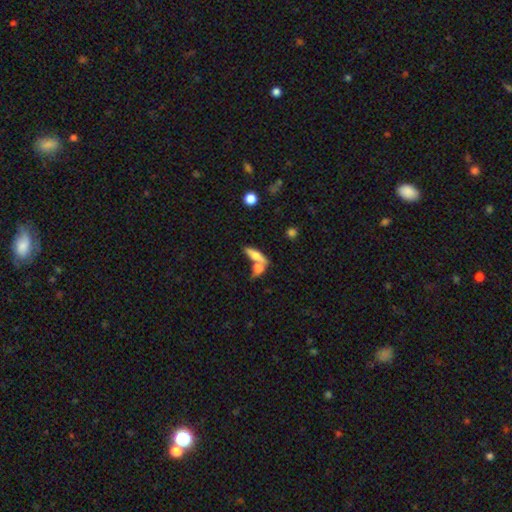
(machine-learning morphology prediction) smooth-or-featured: smooth: 55% | featured or disk: 37% | star or artifact: 8%
  how-rounded: cigar-shaped: 51% | in between: 42% | round: 6%
  merging: merger: 45% | none: 41% | minor disturbance: 9% | major disturbance: 5%